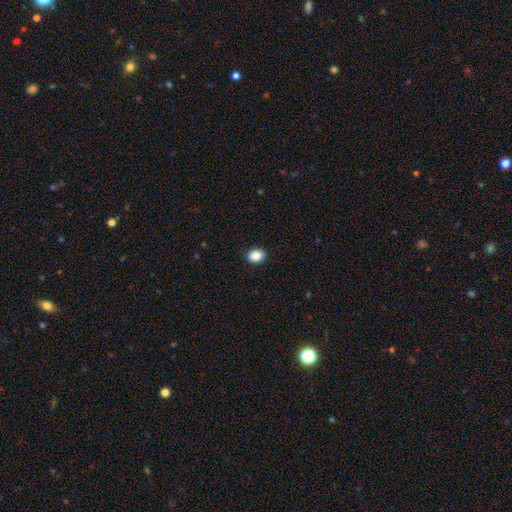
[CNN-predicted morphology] Q: Smooth or featured?
A: smooth (88%); runner-up: star or artifact (9%)
Q: How rounded?
A: in between (51%); runner-up: round (48%)
Q: Merging?
A: none (91%); runner-up: minor disturbance (6%)